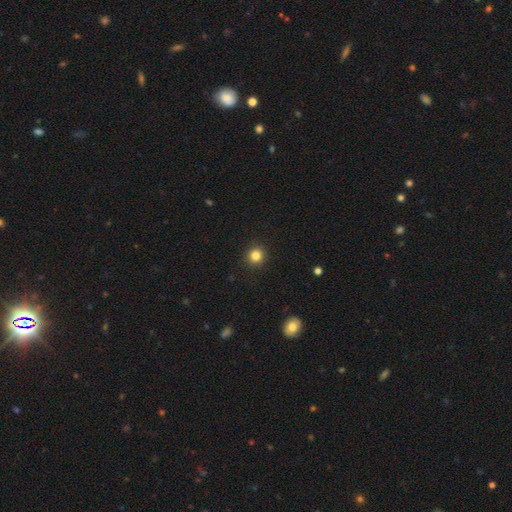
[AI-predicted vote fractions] This appears to be a smooth galaxy with no disk features (84%) that is round (93%). Merging: none (92%).